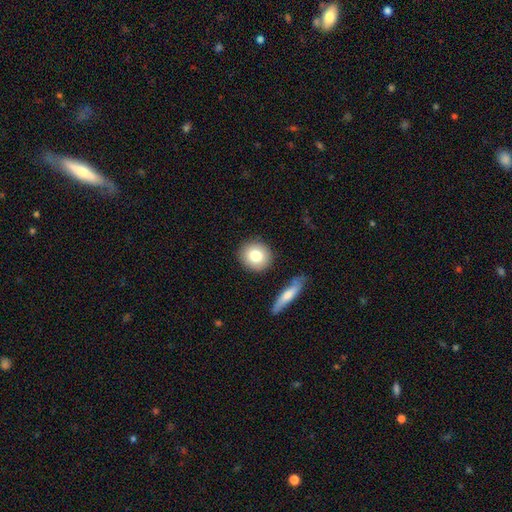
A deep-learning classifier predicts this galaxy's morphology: Smooth or featured?
  - smooth: 79% *
  - featured or disk: 13%
  - star or artifact: 8%
How rounded?
  - round: 86% *
  - in between: 12%
  - cigar-shaped: 2%
Merging?
  - none: 86% *
  - minor disturbance: 8%
  - merger: 4%
  - major disturbance: 2%